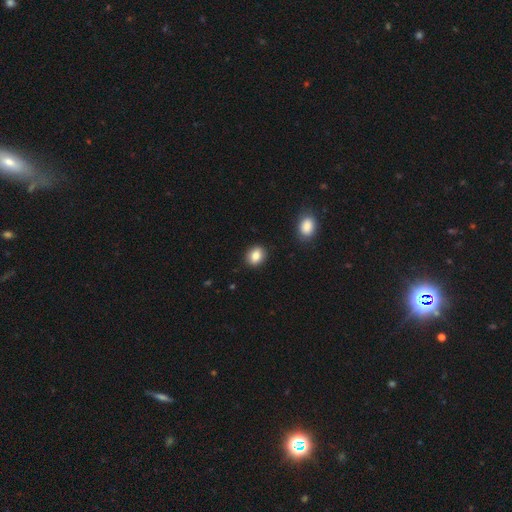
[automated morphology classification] A smooth galaxy with no disk features (86%) that is in between round and cigar-shaped (49%, tied with round). Merging: none (89%).